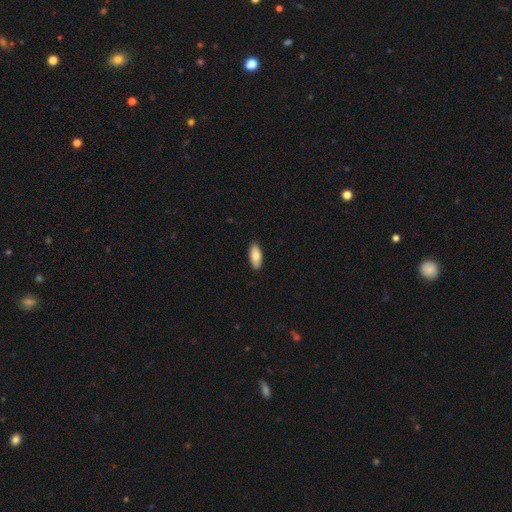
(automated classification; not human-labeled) The model was most divided on "smooth or featured": smooth: 81%, featured or disk: 13%, star or artifact: 6%. More confident: merging — none (90%); how rounded — in between (85%).